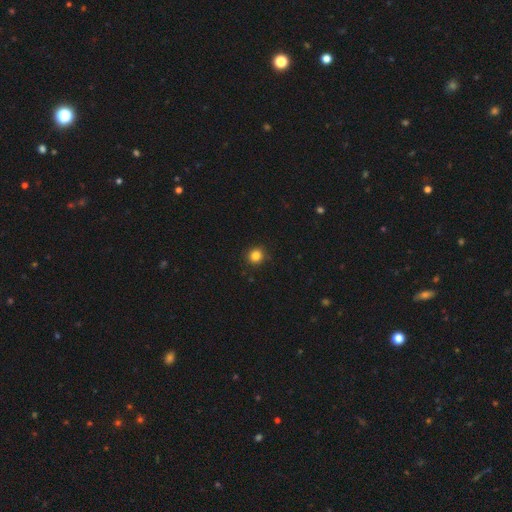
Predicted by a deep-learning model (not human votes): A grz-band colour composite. It shows a smooth galaxy with no disk features (84%) that is round (90%). Merging: none (91%).